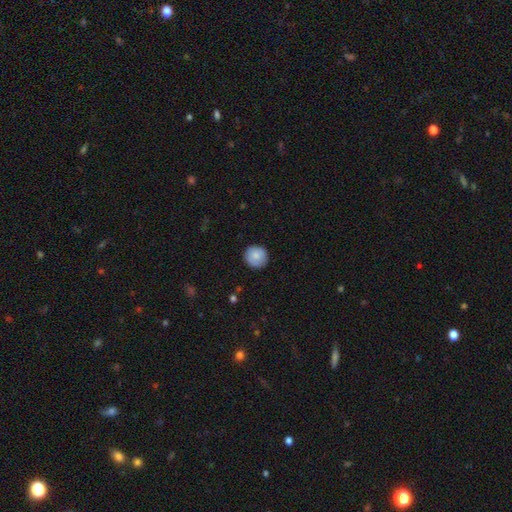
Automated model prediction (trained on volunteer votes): smooth-or-featured: smooth: 84% | featured or disk: 8% | star or artifact: 7%
  how-rounded: round: 94% | in between: 5% | cigar-shaped: 1%
  merging: none: 88% | minor disturbance: 9% | major disturbance: 2% | merger: 1%